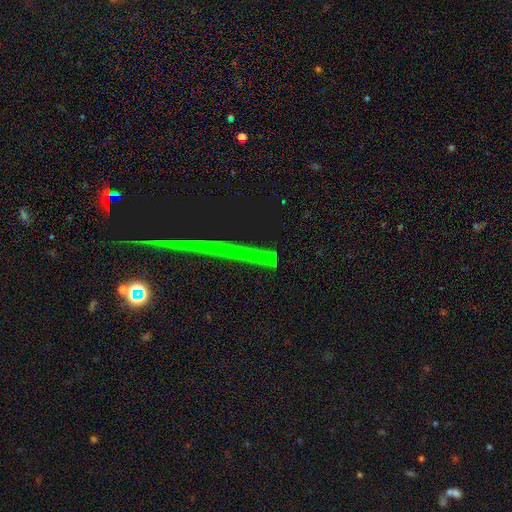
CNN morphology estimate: smooth-or-featured: star or artifact: 72% | featured or disk: 17% | smooth: 12%